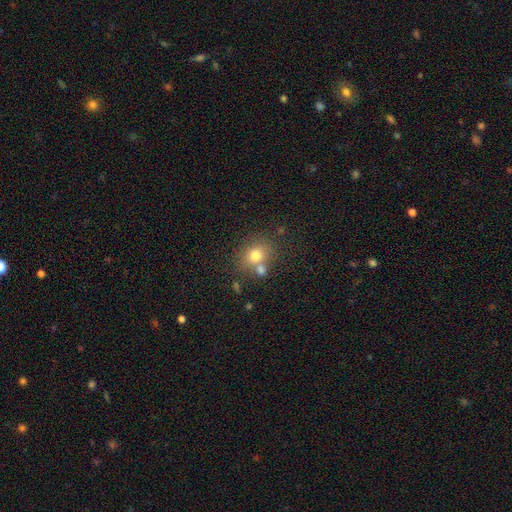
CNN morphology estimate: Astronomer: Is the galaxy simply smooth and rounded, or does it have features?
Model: smooth — 74%.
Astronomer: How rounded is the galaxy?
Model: round — 67%.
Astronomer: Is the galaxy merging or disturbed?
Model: none — 59%.